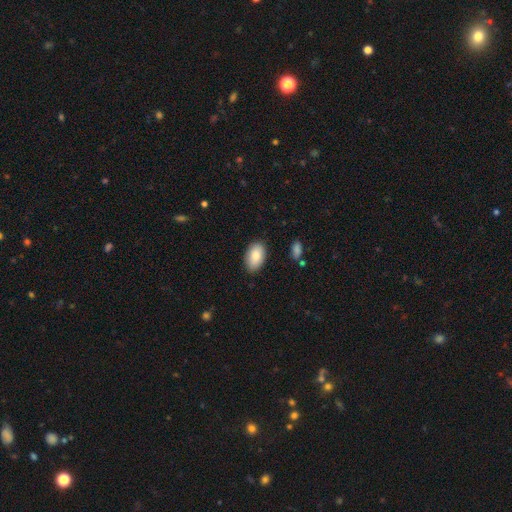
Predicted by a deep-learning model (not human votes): Smooth or featured: smooth — 86% (featured or disk — 7%)
How rounded: in between — 93% (round — 5%)
Merging: none — 84% (minor disturbance — 12%)